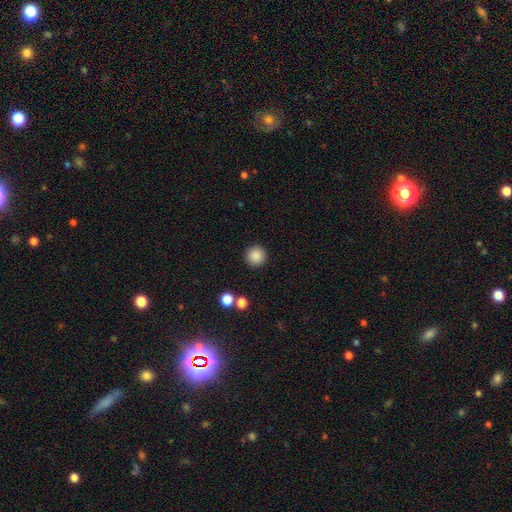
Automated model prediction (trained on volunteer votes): This appears to be a smooth galaxy with no disk features (87%) that is round (96%). Merging: none (91%).